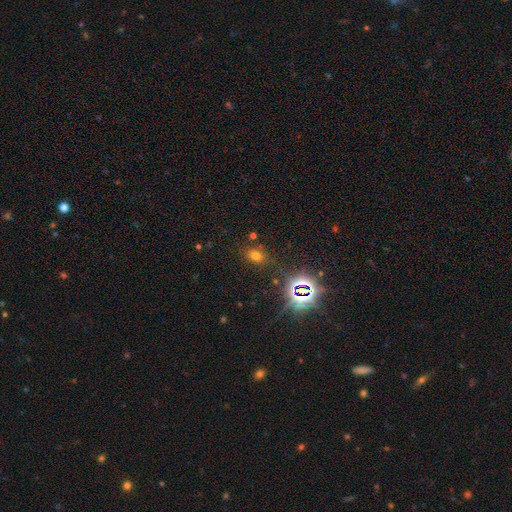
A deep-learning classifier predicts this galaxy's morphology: type=smooth (61%); roundness=in between (50%); merging=none (81%).